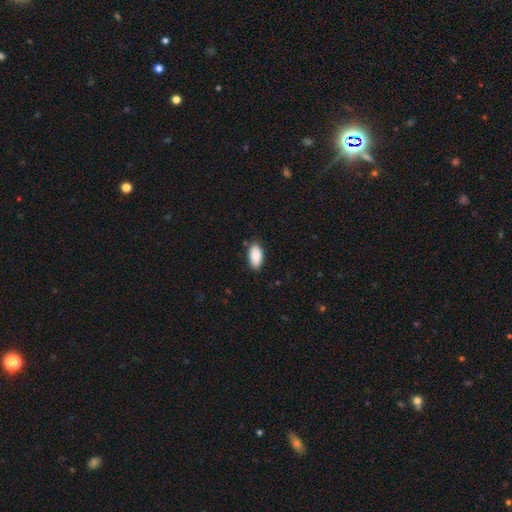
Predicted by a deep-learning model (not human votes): smooth_or_featured: smooth (p=0.87) [alt: star or artifact p=0.06]
how_rounded: in between (p=0.94) [alt: cigar-shaped p=0.03]
merging: none (p=0.83) [alt: minor disturbance p=0.13]